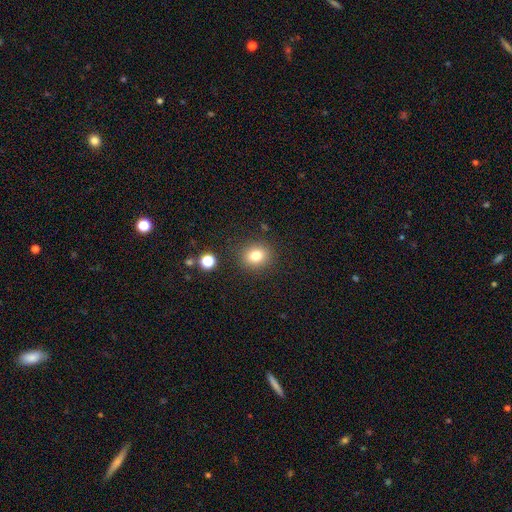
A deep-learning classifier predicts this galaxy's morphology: Q: Smooth or featured?
A: smooth (79%); runner-up: star or artifact (13%)
Q: How rounded?
A: round (76%); runner-up: in between (23%)
Q: Merging?
A: none (86%); runner-up: minor disturbance (8%)